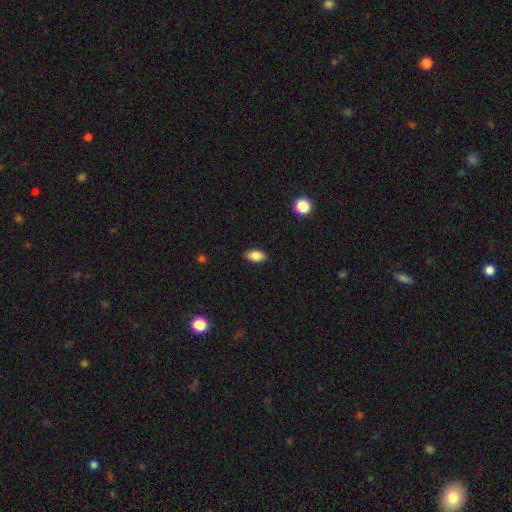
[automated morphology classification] smooth 85%, star or artifact 8%, featured or disk 7%. Down the decision tree: how rounded — in between (91%); merging — none (87%).